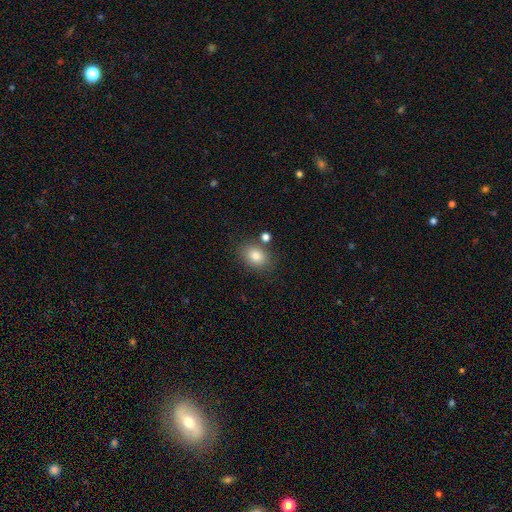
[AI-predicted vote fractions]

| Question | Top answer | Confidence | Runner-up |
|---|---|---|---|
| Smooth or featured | smooth | 82% | star or artifact (10%) |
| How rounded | in between | 67% | round (32%) |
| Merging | none | 78% | minor disturbance (11%) |